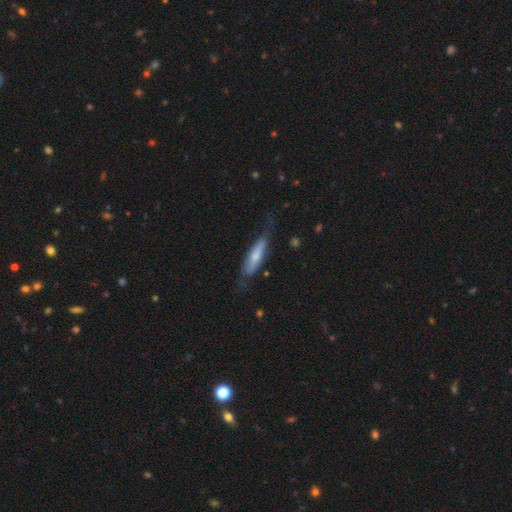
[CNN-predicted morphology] smooth-or-featured: smooth: 60% | featured or disk: 35% | star or artifact: 6%
  how-rounded: cigar-shaped: 68% | in between: 30% | round: 2%
  merging: none: 62% | minor disturbance: 25% | major disturbance: 11% | merger: 2%